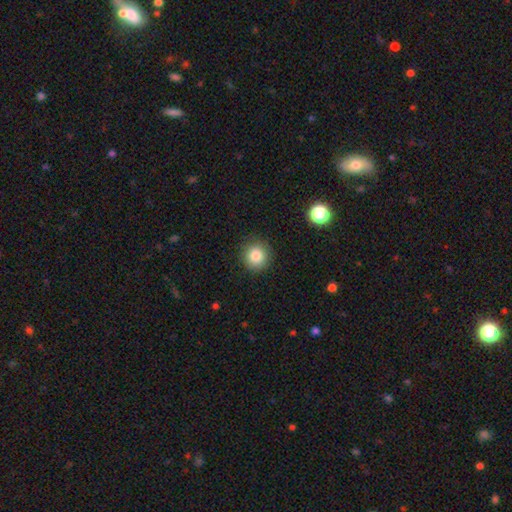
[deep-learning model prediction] Smooth or featured: smooth — 84% (star or artifact — 10%)
How rounded: round — 93% (in between — 6%)
Merging: none — 89% (minor disturbance — 7%)